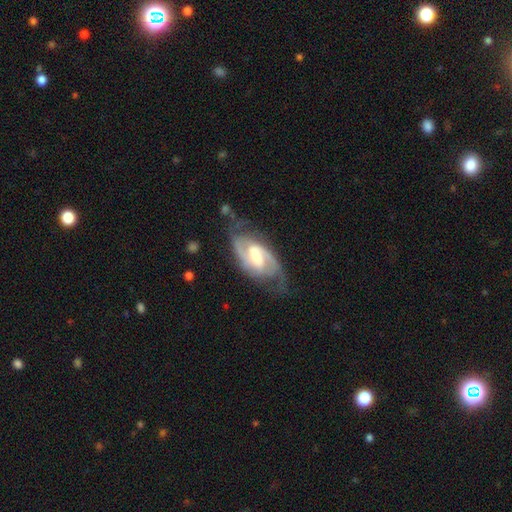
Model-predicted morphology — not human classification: A featured or disk galaxy (87%) with a weak bar (52%), 2 (88%) medium (53%) spiral arms (96%) and a moderate central bulge (53%). Merging: none (65%).